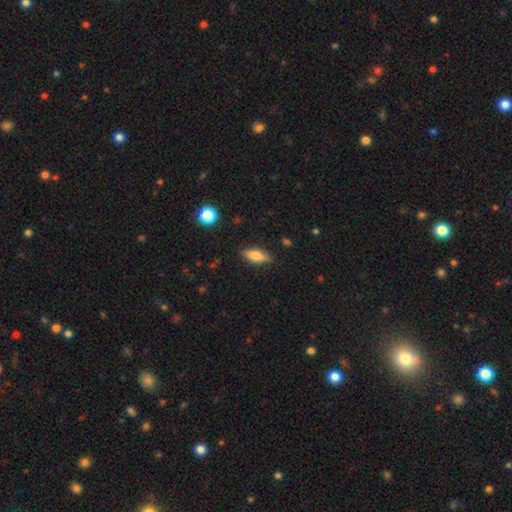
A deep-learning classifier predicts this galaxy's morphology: smooth-or-featured: smooth: 64% | featured or disk: 28% | star or artifact: 8%
  how-rounded: in between: 68% | cigar-shaped: 28% | round: 4%
  merging: none: 84% | minor disturbance: 12% | major disturbance: 3% | merger: 1%